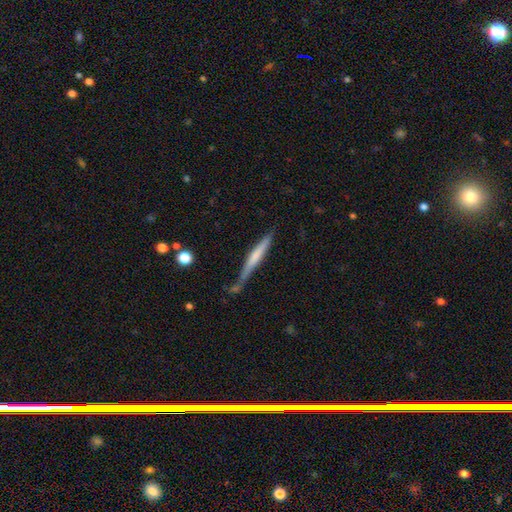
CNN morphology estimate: Smooth or featured: smooth — 51% (featured or disk — 43%)
How rounded: cigar-shaped — 95% (in between — 4%)
Merging: none — 62% (minor disturbance — 24%)